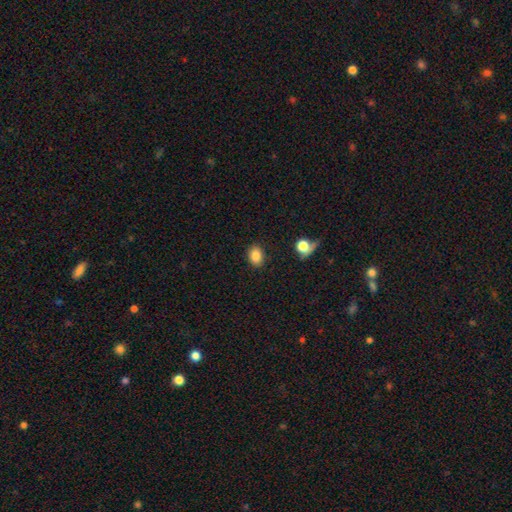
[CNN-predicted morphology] smooth-or-featured: smooth: 84% | star or artifact: 10% | featured or disk: 6%
  how-rounded: in between: 70% | round: 29% | cigar-shaped: 1%
  merging: none: 86% | minor disturbance: 9% | major disturbance: 3% | merger: 2%